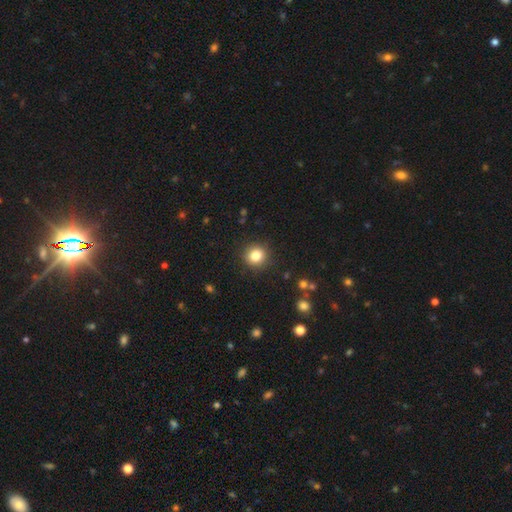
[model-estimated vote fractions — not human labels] smooth_or_featured: smooth (p=0.83) [alt: star or artifact p=0.11]
how_rounded: round (p=0.90) [alt: in between p=0.09]
merging: none (p=0.90) [alt: minor disturbance p=0.07]